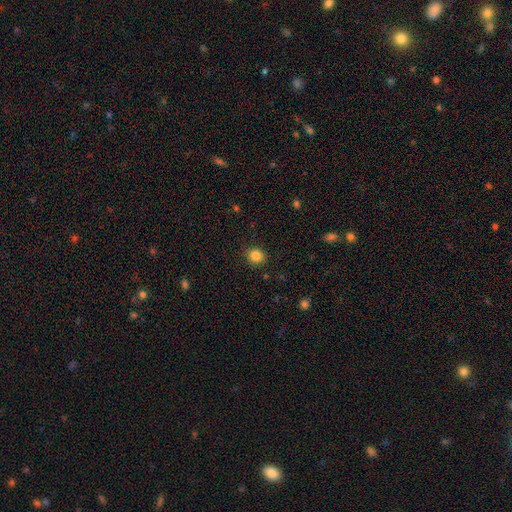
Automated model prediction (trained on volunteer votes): A smooth galaxy with no disk features (84%) that is round (82%).

Vote fractions:
- Smooth or featured? smooth: 84% / star or artifact: 11% / featured or disk: 5%
- How rounded? round: 82% / in between: 17% / cigar-shaped: 1%
- Merging? none: 90% / minor disturbance: 7% / major disturbance: 2% / merger: 1%